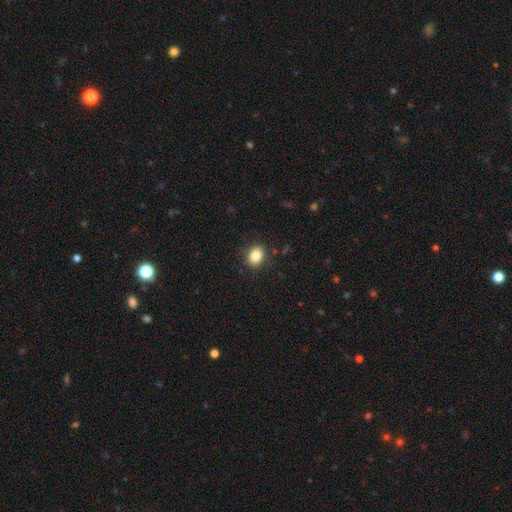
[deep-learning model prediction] Smooth or featured? Predicted: smooth (p=0.85). How rounded? Predicted: in between (p=0.54). Merging? Predicted: none (p=0.88).